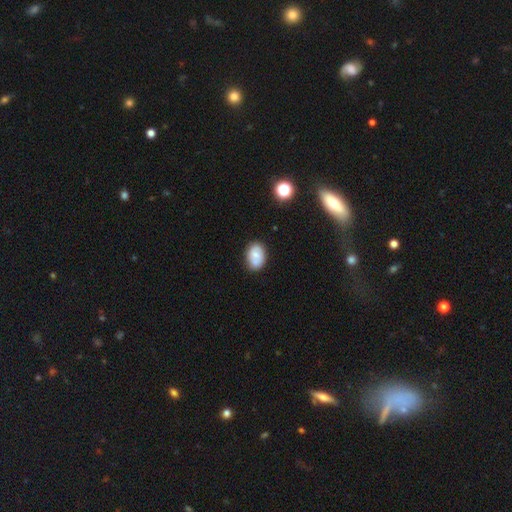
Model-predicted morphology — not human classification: The model was most divided on "smooth or featured": smooth: 63%, featured or disk: 29%, star or artifact: 9%. More confident: how rounded — in between (80%); merging — none (75%).